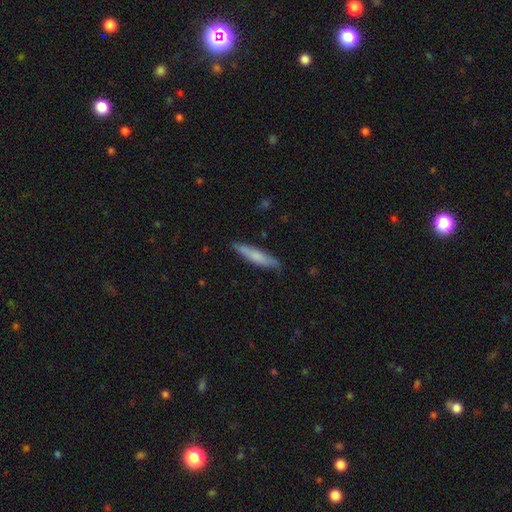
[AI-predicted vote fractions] The model was most divided on "smooth or featured": smooth: 69%, featured or disk: 25%, star or artifact: 6%. More confident: how rounded — cigar-shaped (89%); merging — none (85%).